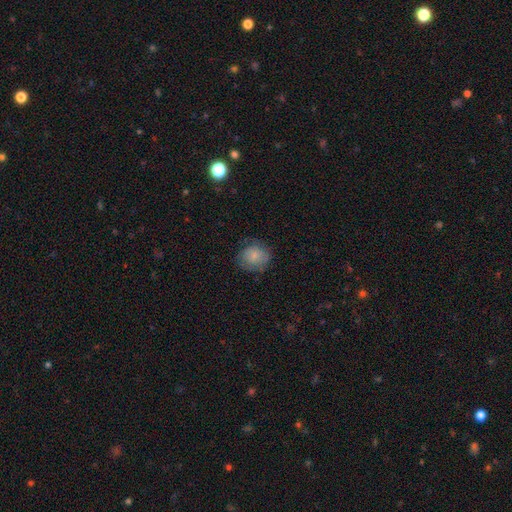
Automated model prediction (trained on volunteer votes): smooth-or-featured: smooth: 78% | featured or disk: 14% | star or artifact: 7%
  how-rounded: round: 82% | in between: 18% | cigar-shaped: 1%
  merging: none: 71% | minor disturbance: 21% | major disturbance: 7% | merger: 1%